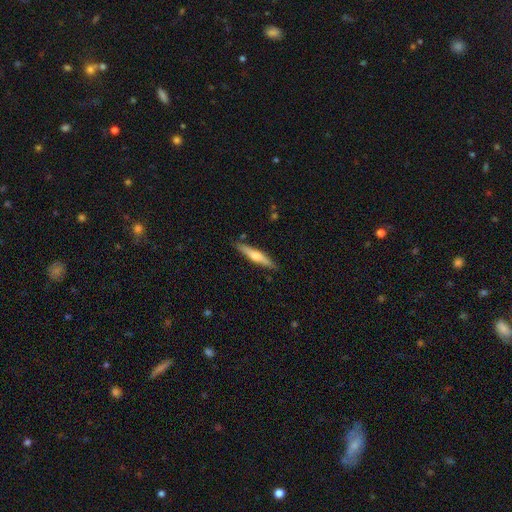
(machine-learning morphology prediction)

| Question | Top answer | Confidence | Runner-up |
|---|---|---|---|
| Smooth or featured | featured or disk | 52% | smooth (42%) |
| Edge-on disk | yes | 95% | no (5%) |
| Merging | none | 87% | minor disturbance (9%) |